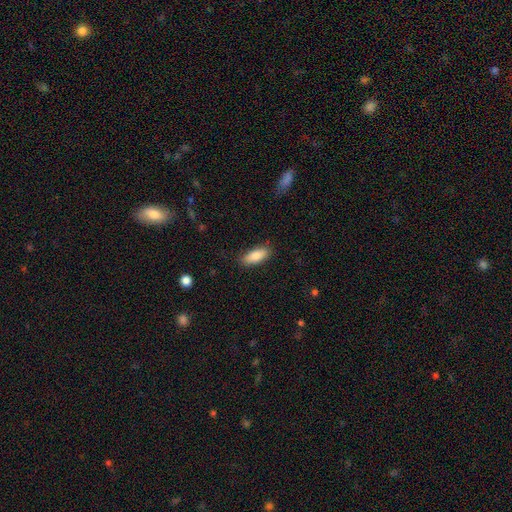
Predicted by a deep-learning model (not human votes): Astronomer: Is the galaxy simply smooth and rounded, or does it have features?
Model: smooth — 84%.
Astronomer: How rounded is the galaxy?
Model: in between — 79%.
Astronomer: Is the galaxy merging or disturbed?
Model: none — 85%.